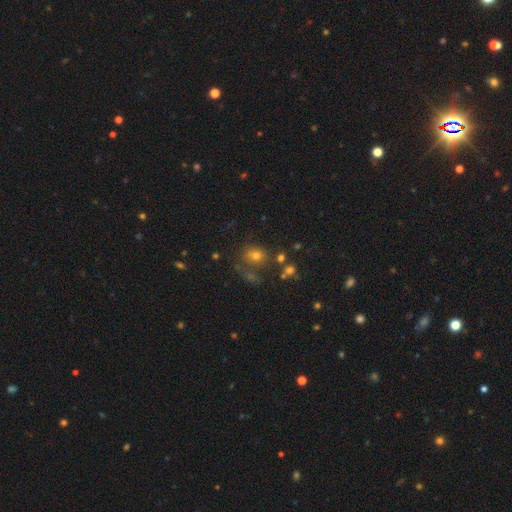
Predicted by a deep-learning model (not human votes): Smooth or featured: smooth — 63% (star or artifact — 24%)
How rounded: round — 64% (in between — 35%)
Merging: none — 64% (minor disturbance — 14%)